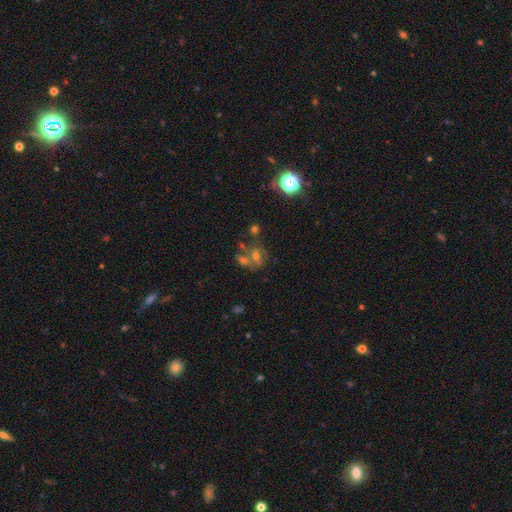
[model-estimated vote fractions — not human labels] smooth 44%, featured or disk 33%, star or artifact 23%. Down the decision tree: merging — merger (42%).